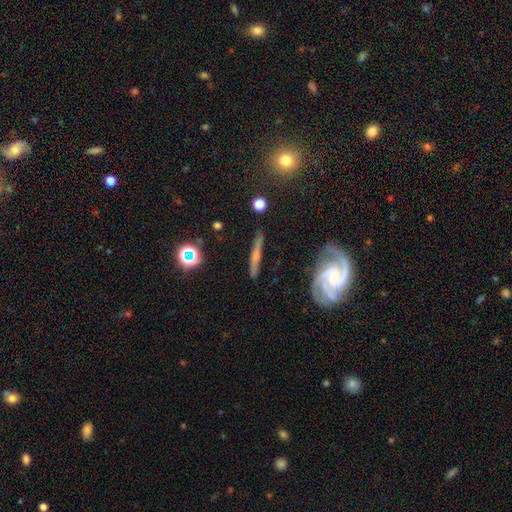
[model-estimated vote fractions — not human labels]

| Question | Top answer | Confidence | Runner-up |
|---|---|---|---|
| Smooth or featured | featured or disk | 68% | smooth (23%) |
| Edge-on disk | yes | 73% | no (27%) |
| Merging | none | 81% | minor disturbance (12%) |